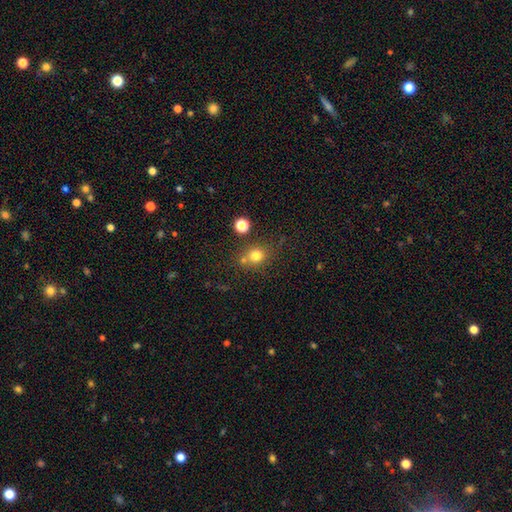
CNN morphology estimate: type=smooth (77%); roundness=round (78%); merging=none (67%).